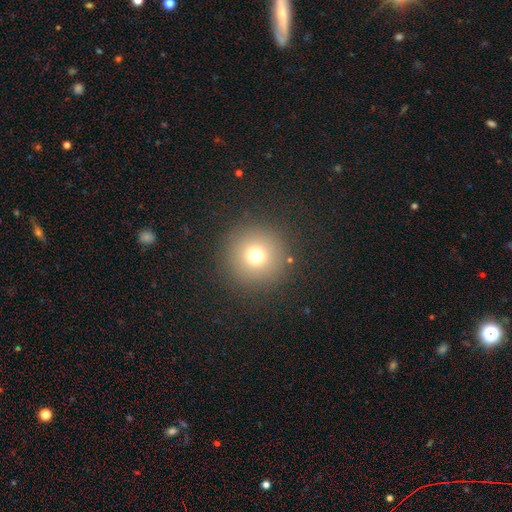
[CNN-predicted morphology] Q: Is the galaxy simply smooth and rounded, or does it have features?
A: smooth — 73%.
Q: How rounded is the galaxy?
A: round — 96%.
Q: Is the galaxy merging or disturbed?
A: none — 90%.